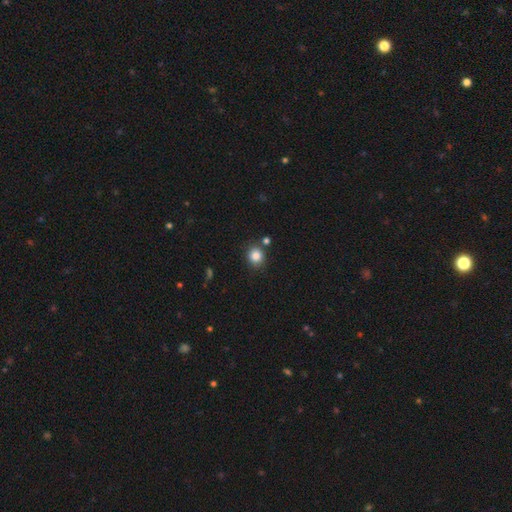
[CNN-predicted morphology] Smooth or featured? smooth (84%)
How rounded? round (82%)
Merging? none (81%)